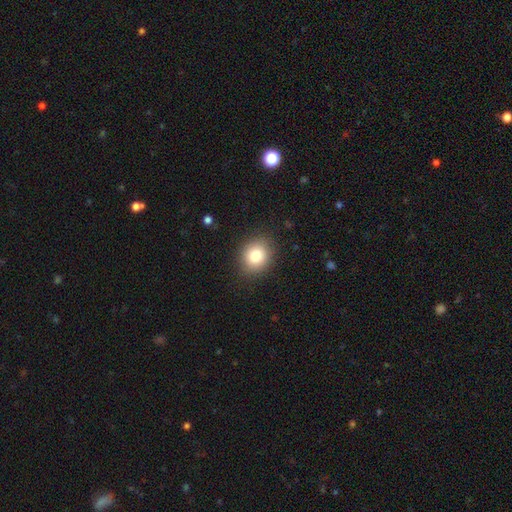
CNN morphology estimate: Smooth or featured? smooth (82%)
How rounded? round (68%)
Merging? none (88%)